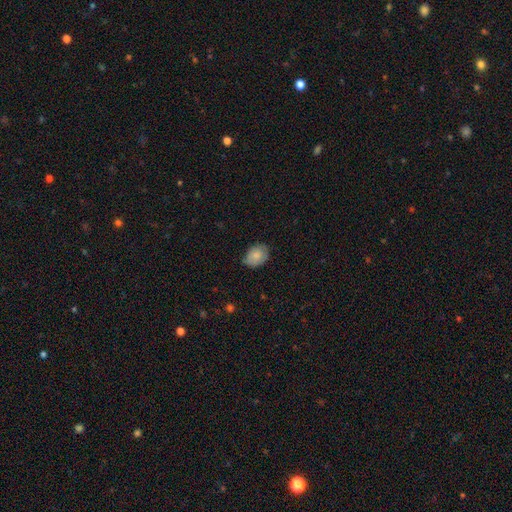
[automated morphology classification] This is clearly a smooth galaxy (81%). How rounded: likely in between (69%). Merging: likely none (69%).